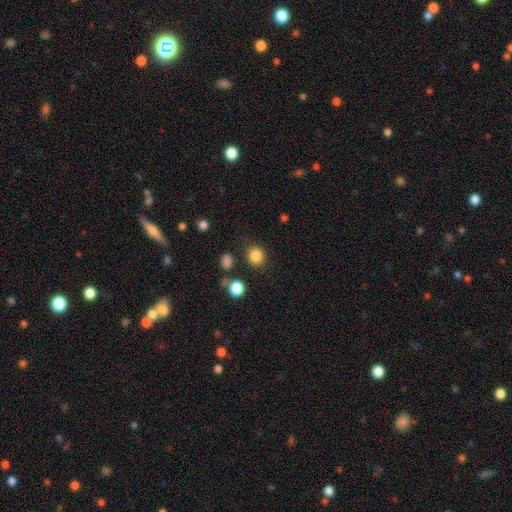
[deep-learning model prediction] Smooth or featured? smooth (84%)
How rounded? round (83%)
Merging? none (82%)